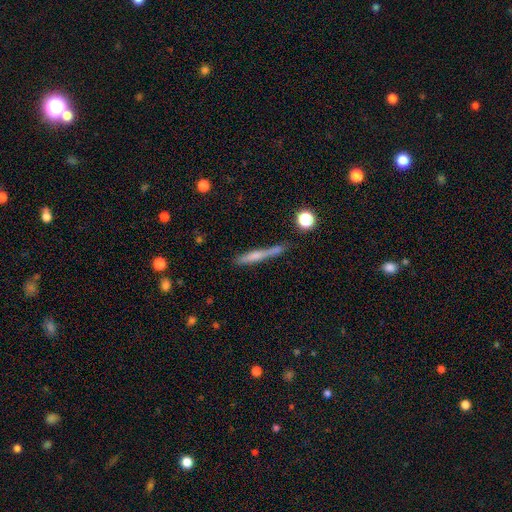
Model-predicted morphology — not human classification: type=smooth (59%); roundness=cigar-shaped (92%); merging=none (63%).